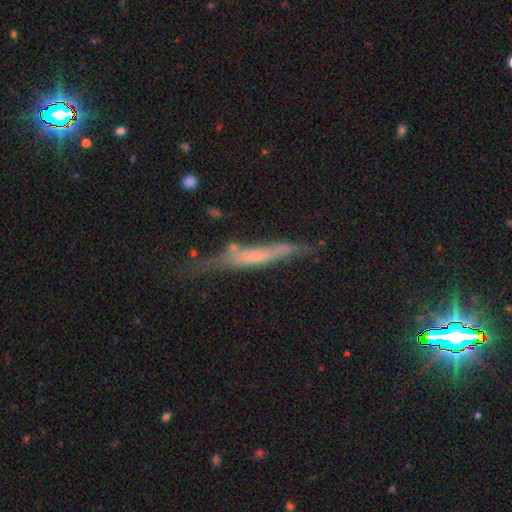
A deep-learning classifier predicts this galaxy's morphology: The model was most divided on "smooth or featured": featured or disk: 57%, smooth: 33%, star or artifact: 10%. More confident: edge-on disk — yes (82%); merging — none (54%).